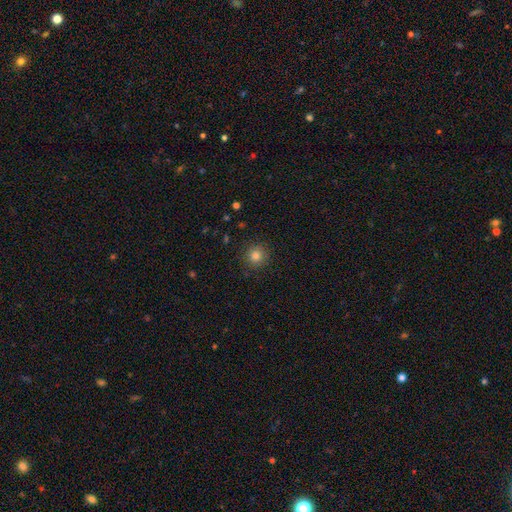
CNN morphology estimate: Overall: smooth (82%). How rounded: round (93%). Merging: none (90%).